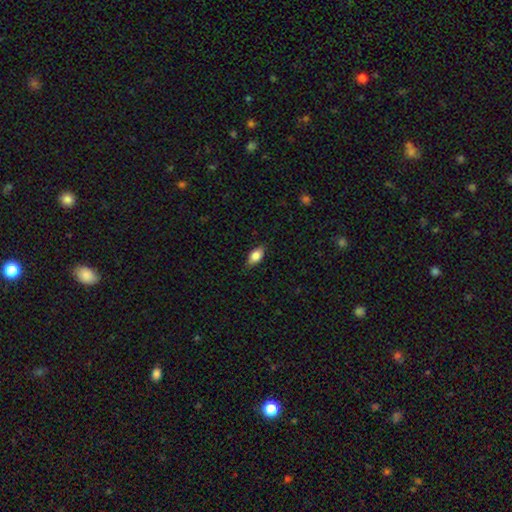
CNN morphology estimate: Overall: smooth (79%). How rounded: in between (87%). Merging: none (79%).